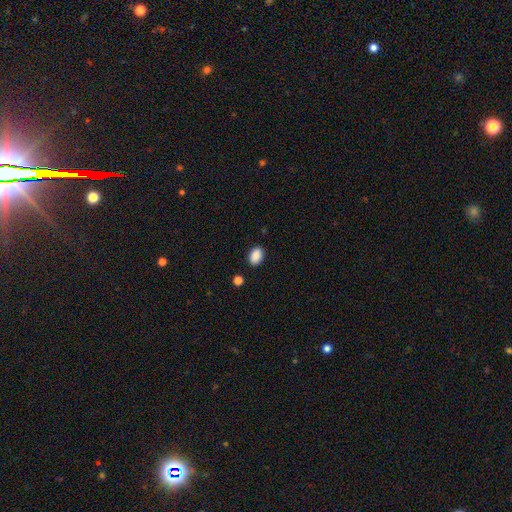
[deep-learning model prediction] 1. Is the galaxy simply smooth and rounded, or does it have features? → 89% smooth, 8% star or artifact, 3% featured or disk.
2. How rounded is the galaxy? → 87% in between, 11% round, 1% cigar-shaped.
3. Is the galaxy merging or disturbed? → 87% none, 9% minor disturbance, 2% major disturbance, 2% merger.